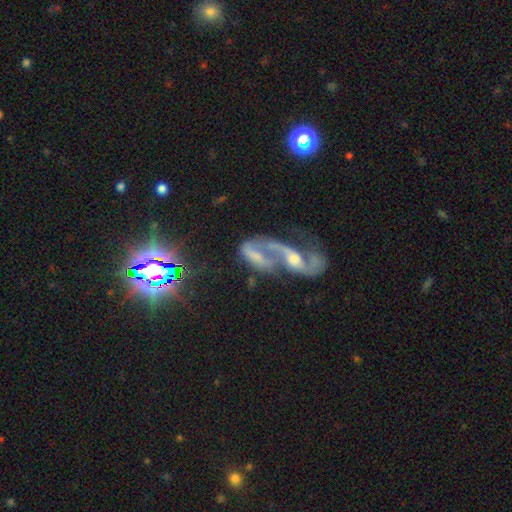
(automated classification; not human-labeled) A featured or disk galaxy (69%) with no bar (52%), spiral arms (73%) and a moderate central bulge (38%).

Vote fractions:
- Smooth or featured? featured or disk: 69% / smooth: 19% / star or artifact: 12%
- Edge-on disk? no: 94% / yes: 6%
- Bar? no: 52% / weak: 32% / strong: 16%
- Spiral arms? yes: 73% / no: 27%
- Bulge size? moderate: 38% / small: 27% / none: 24% / large: 8% / dominant: 2%
- Merging? merger: 55% / major disturbance: 23% / none: 13% / minor disturbance: 9%